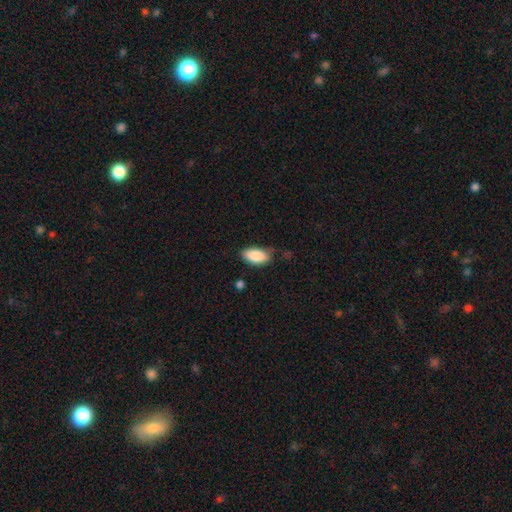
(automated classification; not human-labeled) A smooth galaxy with no disk features (88%) that is in between round and cigar-shaped (93%).

Vote fractions:
- Smooth or featured? smooth: 88% / star or artifact: 6% / featured or disk: 5%
- How rounded? in between: 93% / cigar-shaped: 5% / round: 3%
- Merging? none: 74% / minor disturbance: 20% / major disturbance: 4% / merger: 2%